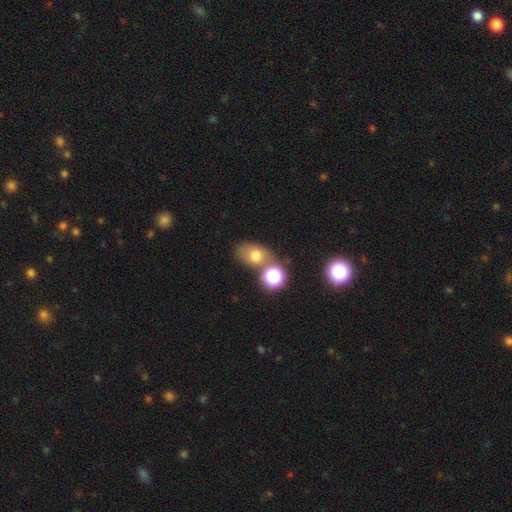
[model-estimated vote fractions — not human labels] smooth 70%, star or artifact 16%, featured or disk 14%. Down the decision tree: how rounded — in between (68%); merging — none (55%).